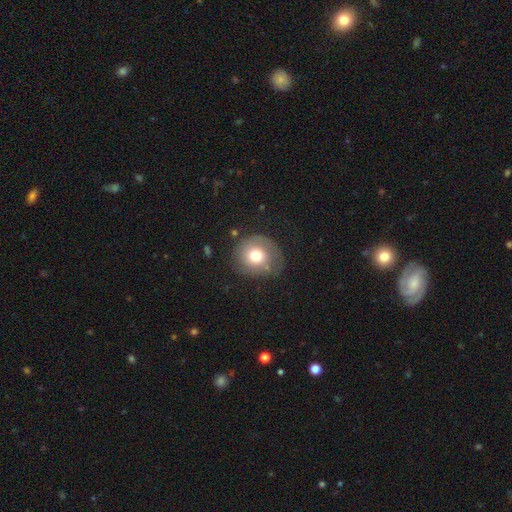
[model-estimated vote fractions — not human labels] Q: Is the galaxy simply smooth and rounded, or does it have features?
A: smooth — 66%.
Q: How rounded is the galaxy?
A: round — 84%.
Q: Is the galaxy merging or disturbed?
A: none — 64%.